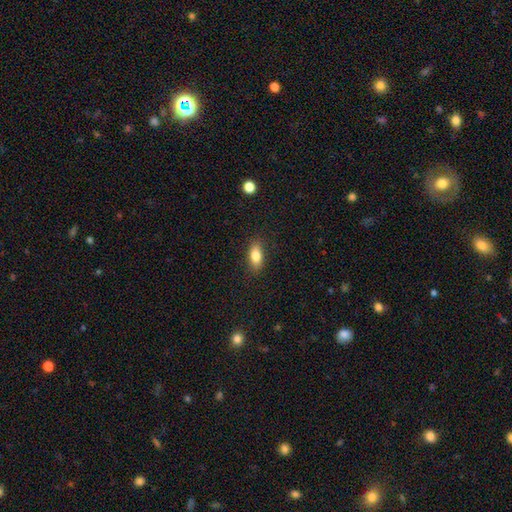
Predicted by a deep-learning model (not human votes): Smooth or featured? smooth (82%)
How rounded? in between (84%)
Merging? none (87%)